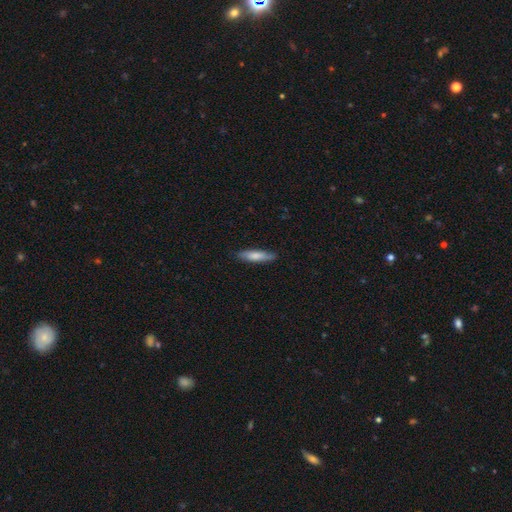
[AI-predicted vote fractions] Smooth or featured? smooth (74%)
How rounded? cigar-shaped (78%)
Merging? none (86%)